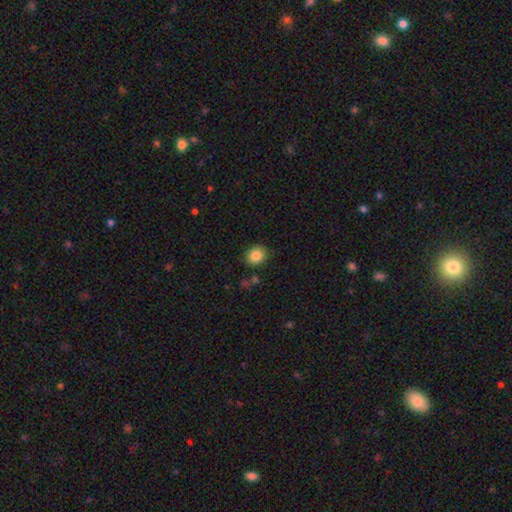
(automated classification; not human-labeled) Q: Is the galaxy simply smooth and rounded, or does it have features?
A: smooth — 85%.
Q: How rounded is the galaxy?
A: round — 73%.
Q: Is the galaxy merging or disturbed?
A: none — 84%.